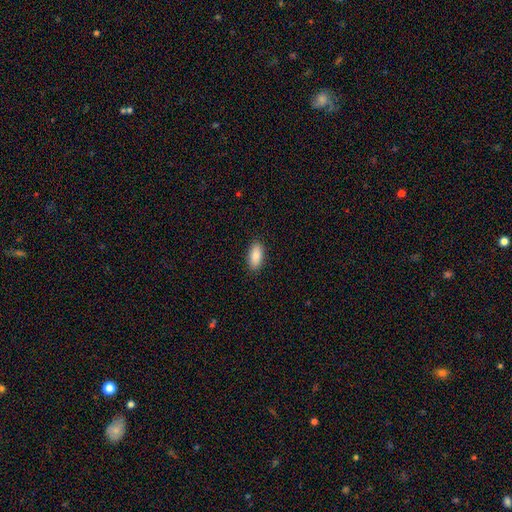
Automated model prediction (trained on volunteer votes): smooth_or_featured: smooth (p=0.88) [alt: star or artifact p=0.06]
how_rounded: in between (p=0.89) [alt: cigar-shaped p=0.09]
merging: none (p=0.89) [alt: minor disturbance p=0.08]